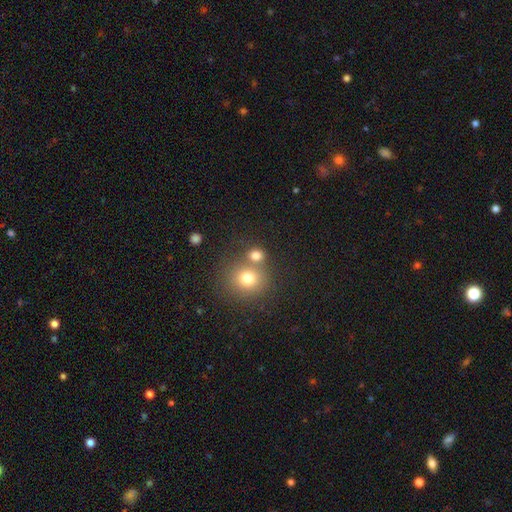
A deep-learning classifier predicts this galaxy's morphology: Smooth or featured: smooth — 77% (star or artifact — 13%)
How rounded: round — 75% (in between — 24%)
Merging: none — 52% (merger — 36%)